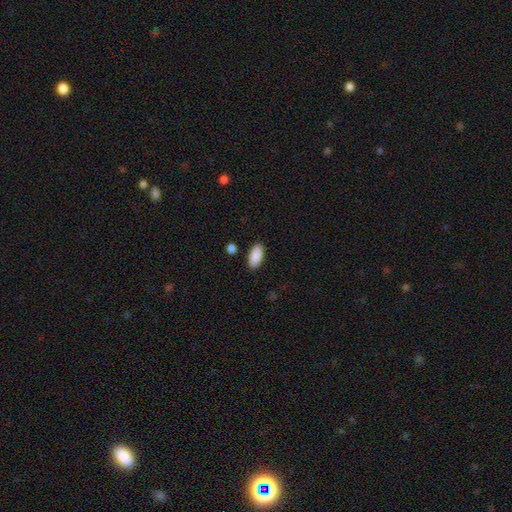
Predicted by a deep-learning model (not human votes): Morphology: type=smooth (90%); roundness=in between (91%); merging=none (88%).